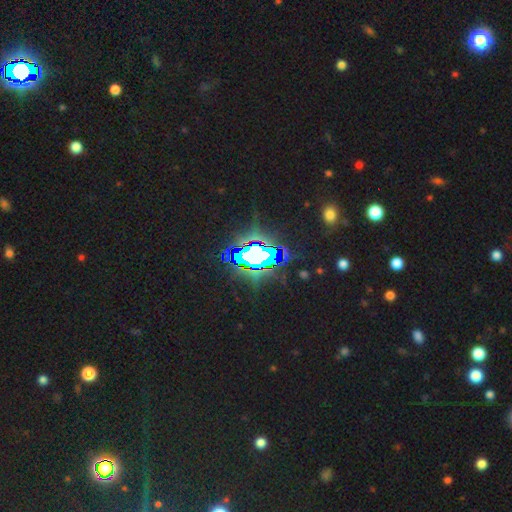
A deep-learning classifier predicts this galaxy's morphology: A star or artifact, not a galaxy (70%).

Vote fractions:
- Smooth or featured? star or artifact: 70% / smooth: 16% / featured or disk: 14%